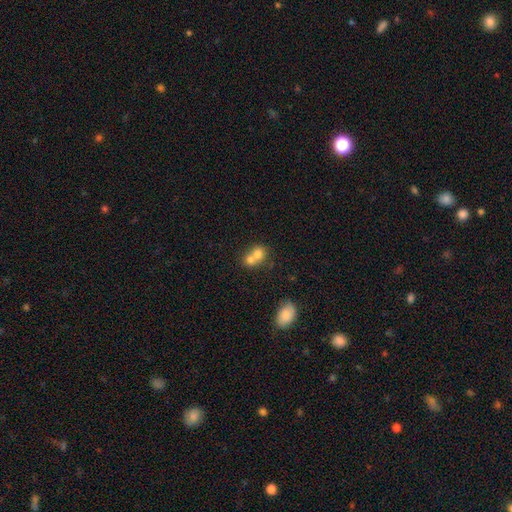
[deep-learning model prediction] This is likely a smooth galaxy (74%). How rounded: likely round (70%). Merging: likely merger (67%).